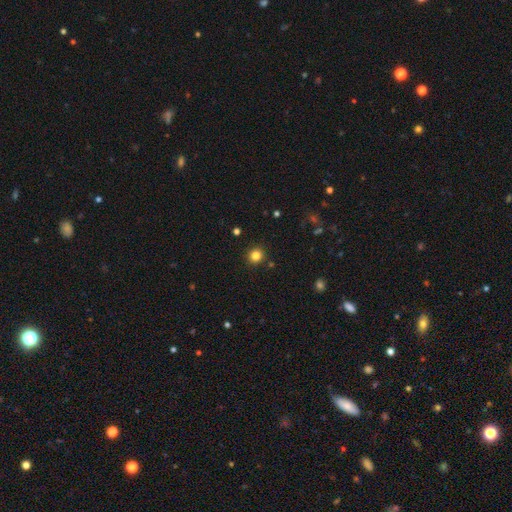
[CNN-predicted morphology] Smooth or featured?
  - smooth: 82% *
  - star or artifact: 13%
  - featured or disk: 5%
How rounded?
  - round: 91% *
  - in between: 8%
  - cigar-shaped: 1%
Merging?
  - none: 91% *
  - minor disturbance: 6%
  - major disturbance: 2%
  - merger: 2%